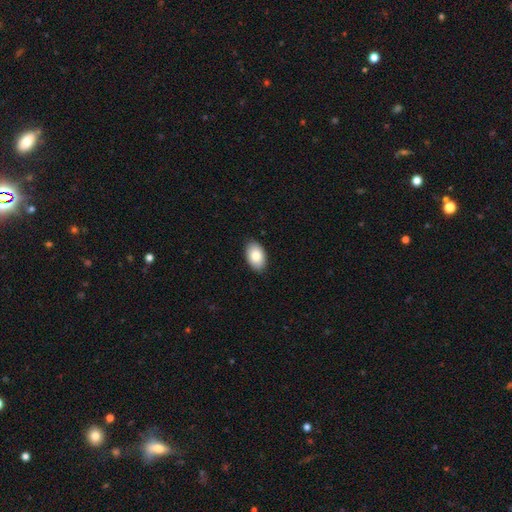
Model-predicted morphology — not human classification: Smooth or featured: smooth — 84% (featured or disk — 10%)
How rounded: in between — 93% (round — 6%)
Merging: none — 88% (minor disturbance — 9%)